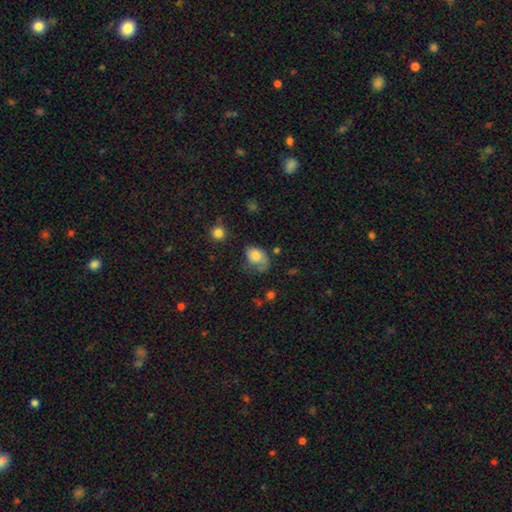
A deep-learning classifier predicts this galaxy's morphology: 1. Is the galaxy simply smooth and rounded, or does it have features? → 72% smooth, 20% featured or disk, 8% star or artifact.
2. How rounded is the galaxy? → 78% in between, 21% round, 1% cigar-shaped.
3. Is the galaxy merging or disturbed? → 40% none, 33% minor disturbance, 24% major disturbance, 3% merger.